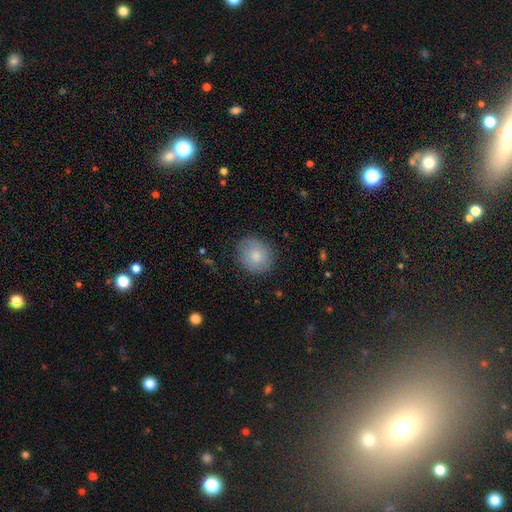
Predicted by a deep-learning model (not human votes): Smooth or featured?
  - smooth: 78% *
  - featured or disk: 15%
  - star or artifact: 7%
How rounded?
  - round: 82% *
  - in between: 17%
  - cigar-shaped: 1%
Merging?
  - none: 83% *
  - minor disturbance: 13%
  - major disturbance: 3%
  - merger: 1%